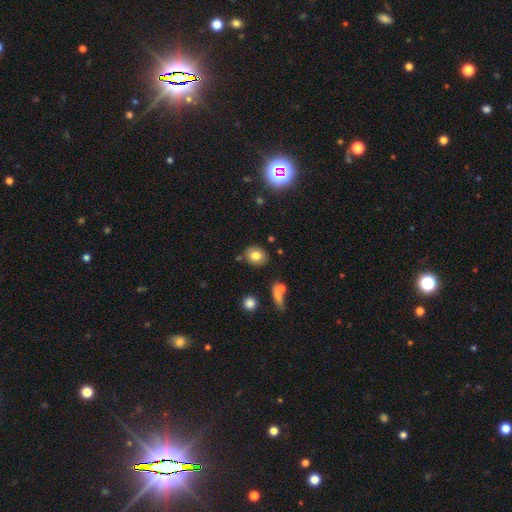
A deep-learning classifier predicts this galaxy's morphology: The model was most divided on "how rounded": round: 59%, in between: 40%, cigar-shaped: 1%. More confident: merging — none (82%); smooth or featured — smooth (78%).